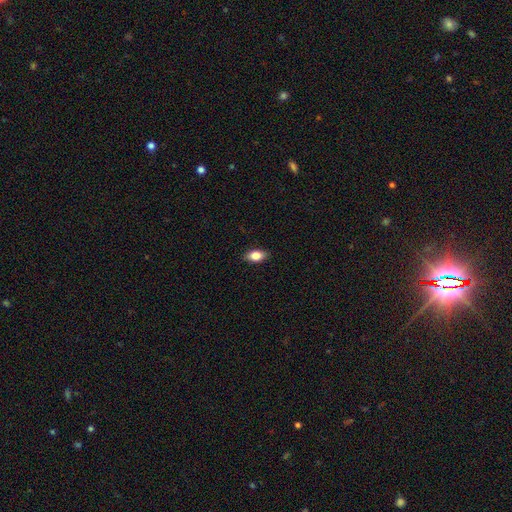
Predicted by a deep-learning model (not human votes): Smooth or featured?
  - smooth: 81% *
  - featured or disk: 11%
  - star or artifact: 8%
How rounded?
  - in between: 87% *
  - round: 7%
  - cigar-shaped: 6%
Merging?
  - none: 88% *
  - minor disturbance: 9%
  - major disturbance: 2%
  - merger: 1%